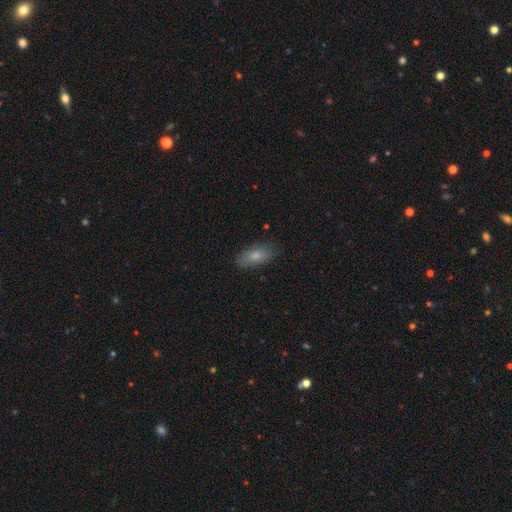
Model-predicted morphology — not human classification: smooth_or_featured: smooth (p=0.80) [alt: featured or disk p=0.13]
how_rounded: in between (p=0.87) [alt: cigar-shaped p=0.09]
merging: none (p=0.82) [alt: minor disturbance p=0.14]